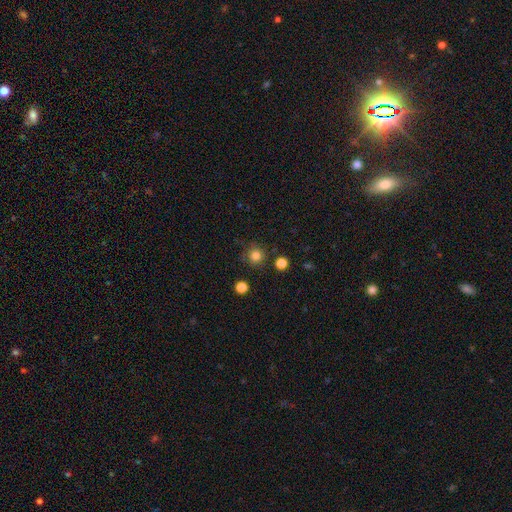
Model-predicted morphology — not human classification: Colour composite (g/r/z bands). It shows a smooth galaxy with no disk features (81%) that is round (94%). Merging: none (82%).